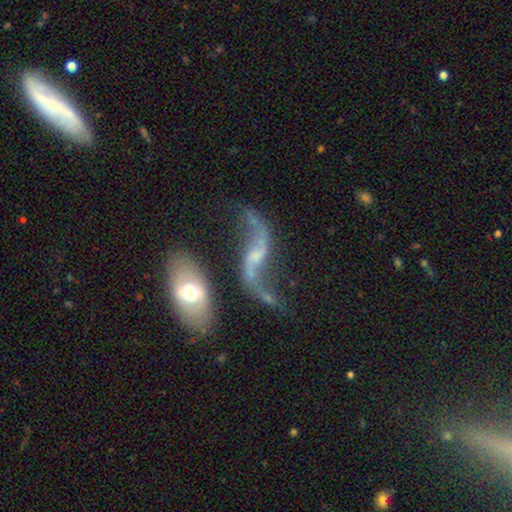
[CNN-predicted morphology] This appears to be a featured or disk galaxy (86%) with a weak bar (42%), 2 (93%) loose (94%) spiral arms (92%) and a small central bulge (54%). Merging: none (50%).